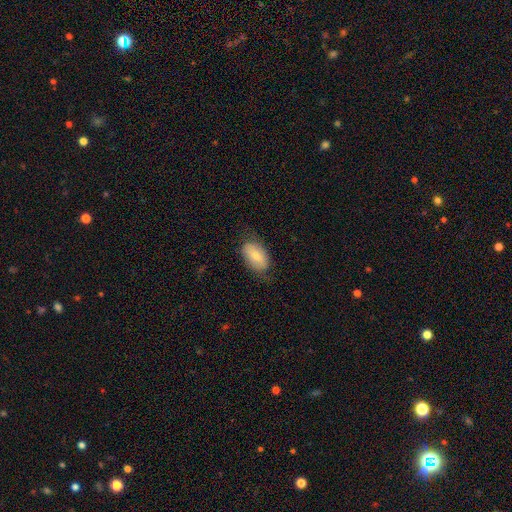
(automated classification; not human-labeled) A smooth galaxy with no disk features (72%) that is in between round and cigar-shaped (93%). Merging: none (71%).